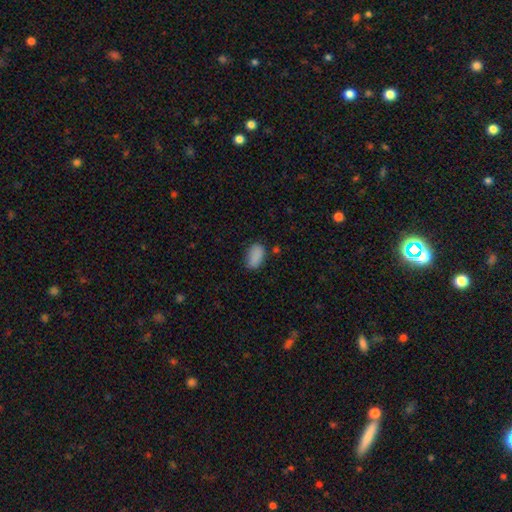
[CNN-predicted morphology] A smooth galaxy with no disk features (87%) that is in between round and cigar-shaped (92%).

Vote fractions:
- Smooth or featured? smooth: 87% / star or artifact: 9% / featured or disk: 4%
- How rounded? in between: 92% / round: 6% / cigar-shaped: 2%
- Merging? none: 75% / minor disturbance: 19% / major disturbance: 4% / merger: 2%